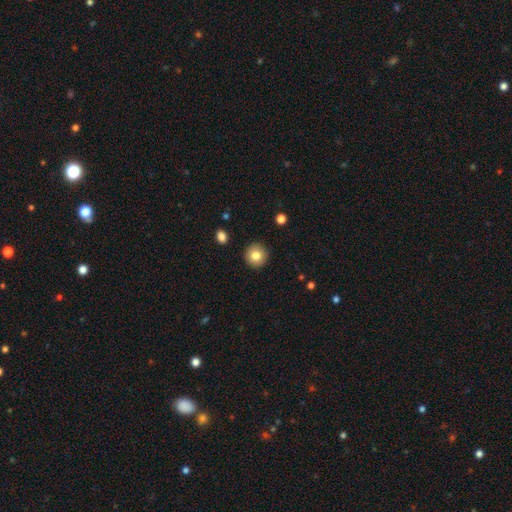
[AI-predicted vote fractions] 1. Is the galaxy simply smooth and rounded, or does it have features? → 82% smooth, 9% star or artifact, 9% featured or disk.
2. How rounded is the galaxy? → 94% round, 5% in between, 1% cigar-shaped.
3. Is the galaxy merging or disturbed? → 92% none, 5% minor disturbance, 2% major disturbance, 1% merger.